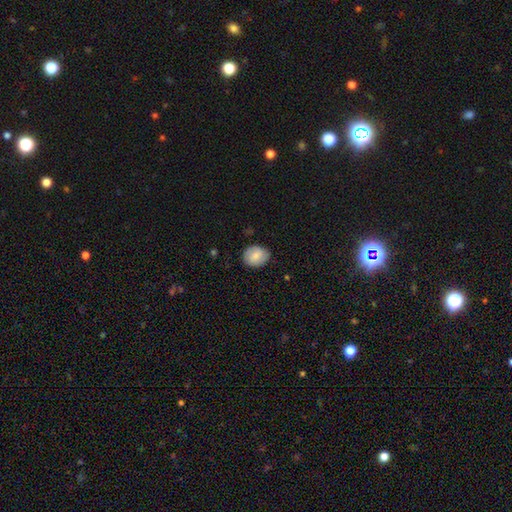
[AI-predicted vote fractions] smooth 77%, featured or disk 16%, star or artifact 7%. Down the decision tree: how rounded — round (59%); merging — none (79%).